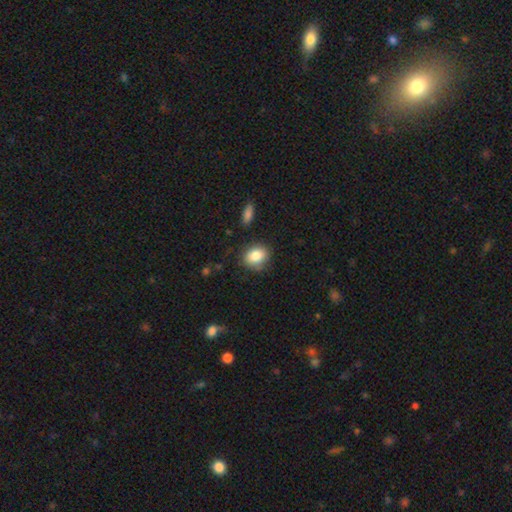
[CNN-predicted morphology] Q: Smooth or featured?
A: smooth (84%); runner-up: star or artifact (8%)
Q: How rounded?
A: in between (53%); runner-up: round (46%)
Q: Merging?
A: none (77%); runner-up: minor disturbance (17%)